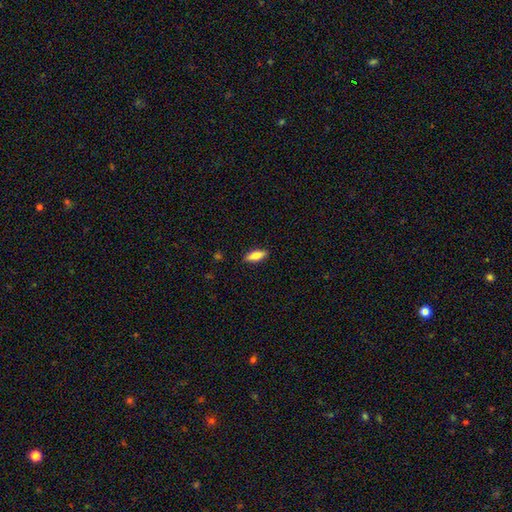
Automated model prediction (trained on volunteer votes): The model was most divided on "how rounded": in between: 68%, cigar-shaped: 30%, round: 2%. More confident: merging — none (89%); smooth or featured — smooth (76%).